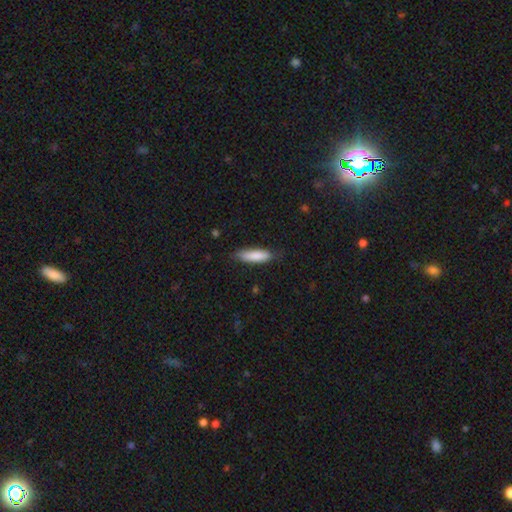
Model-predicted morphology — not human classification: smooth 85%, featured or disk 10%, star or artifact 6%. Down the decision tree: how rounded — cigar-shaped (59%); merging — none (79%).